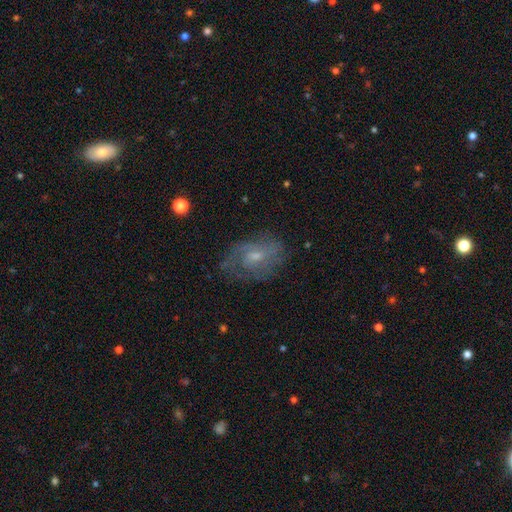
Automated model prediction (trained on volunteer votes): Smooth or featured: featured or disk — 67% (smooth — 25%)
Edge-on disk: no — 96% (yes — 4%)
Bar: no — 52% (weak — 42%)
Spiral arms: yes — 81% (no — 19%)
Spiral winding: medium — 43% (tight — 38%)
Spiral arm count: can't tell — 40% (2 — 33%)
Bulge size: small — 50% (moderate — 41%)
Merging: none — 62% (minor disturbance — 23%)